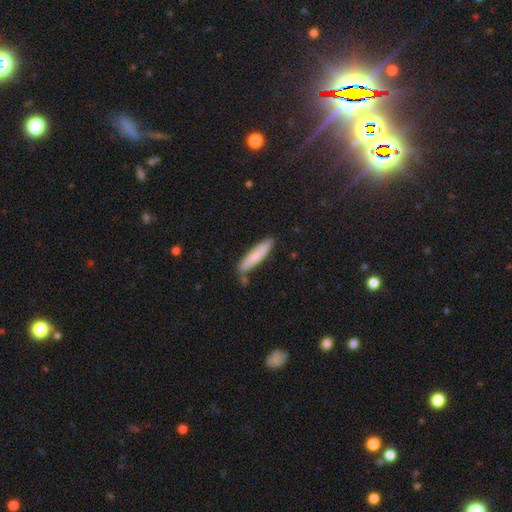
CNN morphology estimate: Smooth or featured: smooth — 77% (featured or disk — 17%)
How rounded: cigar-shaped — 86% (in between — 13%)
Merging: none — 79% (minor disturbance — 13%)